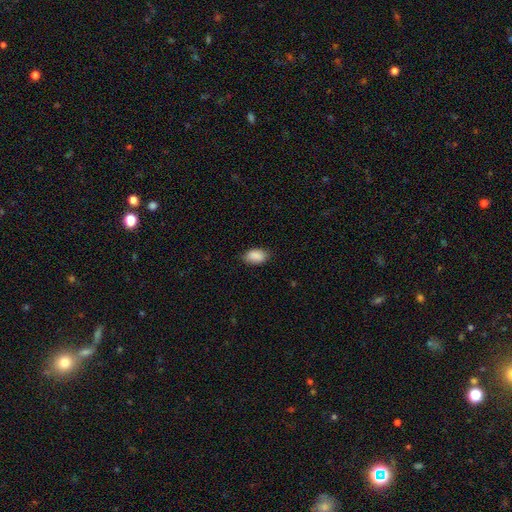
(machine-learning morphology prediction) A smooth galaxy with no disk features (90%) that is in between round and cigar-shaped (91%). Merging: none (83%).